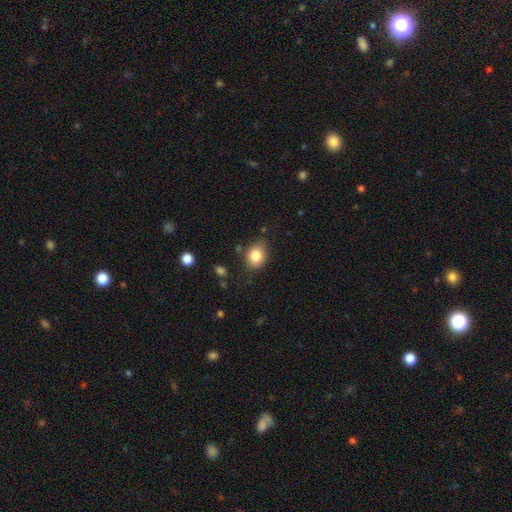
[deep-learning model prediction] Overall: smooth (84%). How rounded: in between (53%; round 46%). Merging: none (75%).